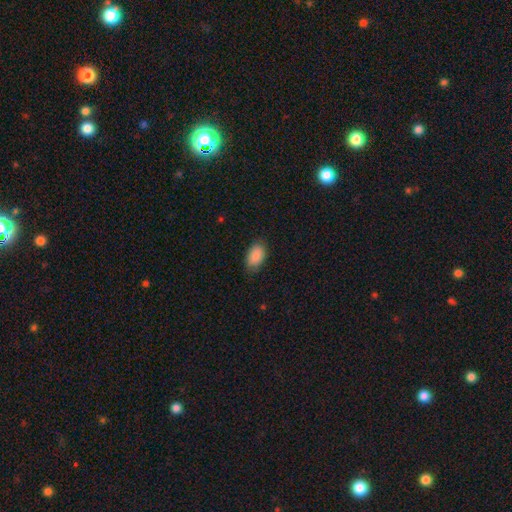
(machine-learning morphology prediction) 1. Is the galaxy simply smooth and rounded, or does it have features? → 89% smooth, 7% star or artifact, 5% featured or disk.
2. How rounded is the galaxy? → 92% in between, 7% round, 1% cigar-shaped.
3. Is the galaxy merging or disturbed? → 78% none, 17% minor disturbance, 4% major disturbance, 1% merger.